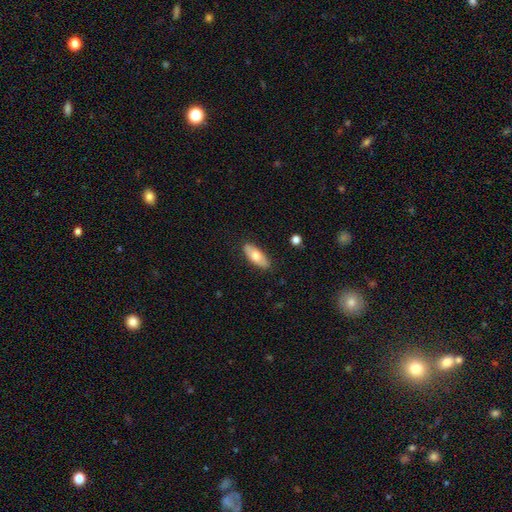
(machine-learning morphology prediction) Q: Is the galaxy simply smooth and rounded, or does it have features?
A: smooth — 67%.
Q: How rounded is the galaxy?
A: in between — 78%.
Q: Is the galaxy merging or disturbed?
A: none — 85%.